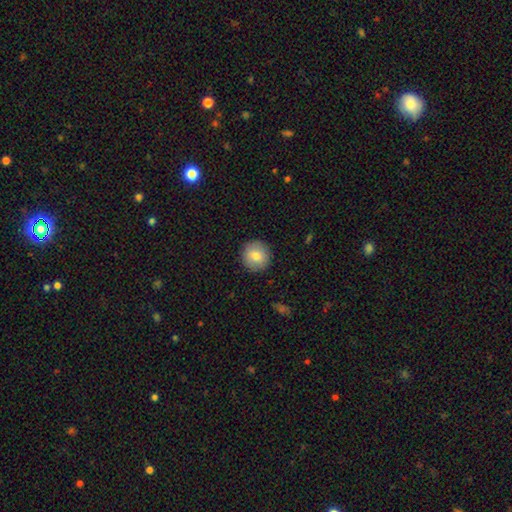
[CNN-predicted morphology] Smooth or featured?
  - smooth: 78% *
  - featured or disk: 14%
  - star or artifact: 8%
How rounded?
  - round: 94% *
  - in between: 5%
  - cigar-shaped: 1%
Merging?
  - none: 90% *
  - minor disturbance: 7%
  - major disturbance: 2%
  - merger: 1%